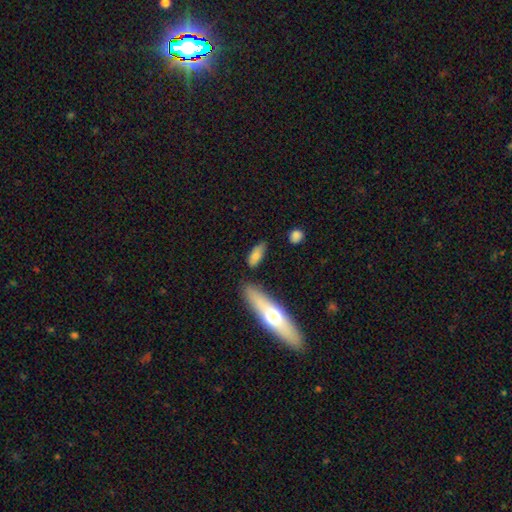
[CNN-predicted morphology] Smooth or featured? smooth (78%)
How rounded? in between (70%)
Merging? none (69%)